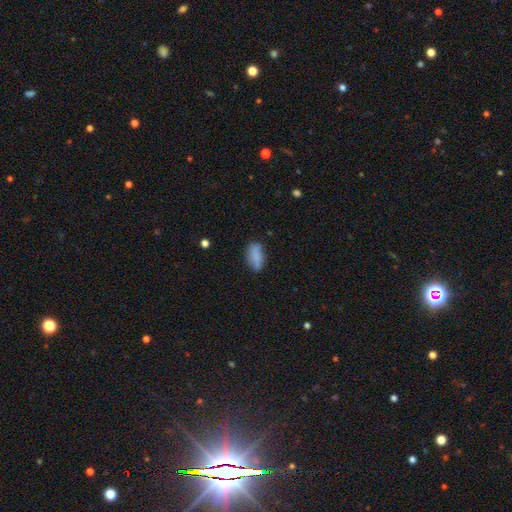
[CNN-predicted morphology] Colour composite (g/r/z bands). It shows a smooth galaxy with no disk features (80%) that is in between round and cigar-shaped (83%). Merging: none (63%).